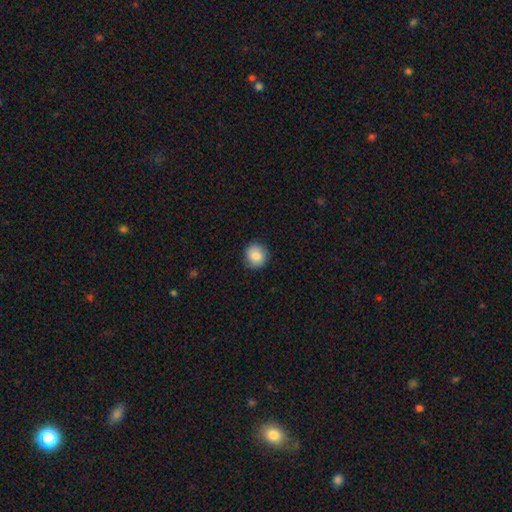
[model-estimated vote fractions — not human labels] smooth 85%, star or artifact 8%, featured or disk 7%. Down the decision tree: how rounded — round (89%); merging — none (88%).